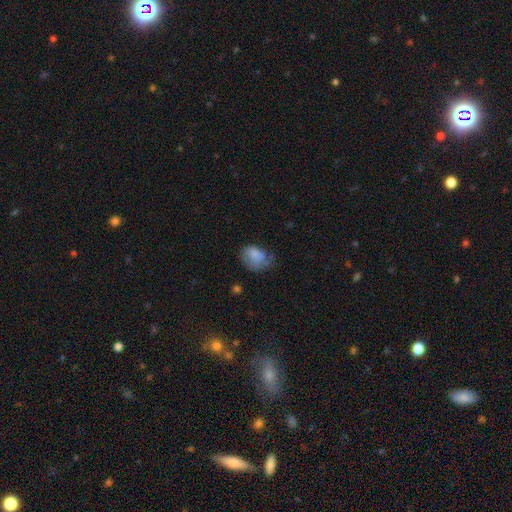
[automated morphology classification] This is likely a smooth galaxy (66%). How rounded: likely in between (64%). Merging: marginally none (38%).